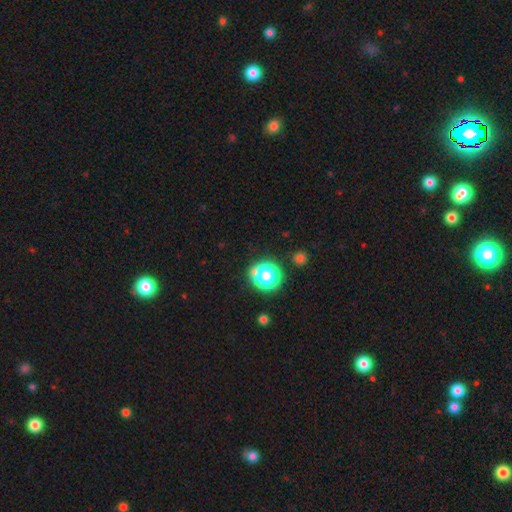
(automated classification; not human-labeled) A star or artifact, not a galaxy (68%).